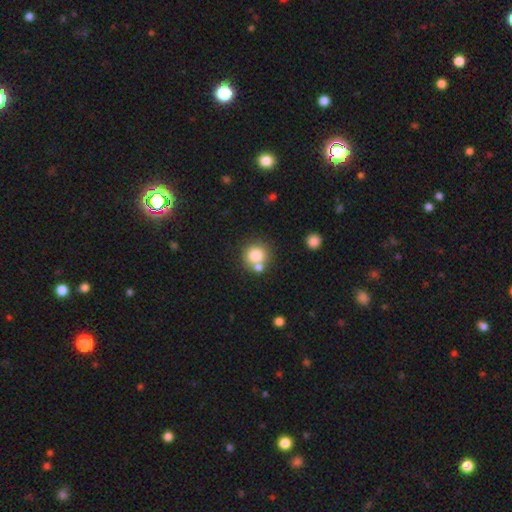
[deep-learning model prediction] Q: Smooth or featured?
A: smooth (80%); runner-up: star or artifact (10%)
Q: How rounded?
A: round (87%); runner-up: in between (12%)
Q: Merging?
A: none (56%); runner-up: merger (31%)